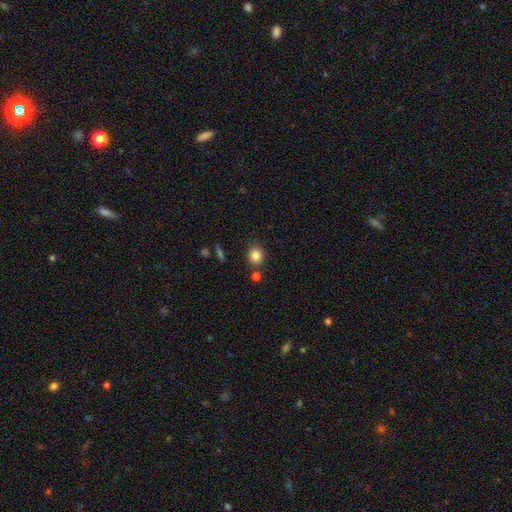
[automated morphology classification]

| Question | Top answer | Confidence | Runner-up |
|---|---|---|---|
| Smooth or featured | smooth | 84% | star or artifact (10%) |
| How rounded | round | 67% | in between (32%) |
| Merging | none | 78% | minor disturbance (11%) |